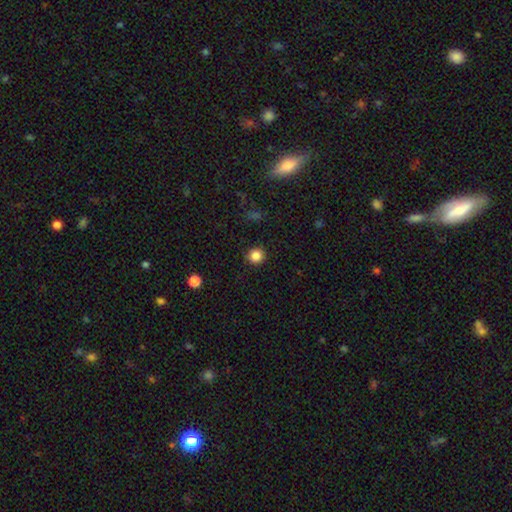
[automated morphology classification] Overall: smooth (85%). How rounded: round (93%). Merging: none (91%).